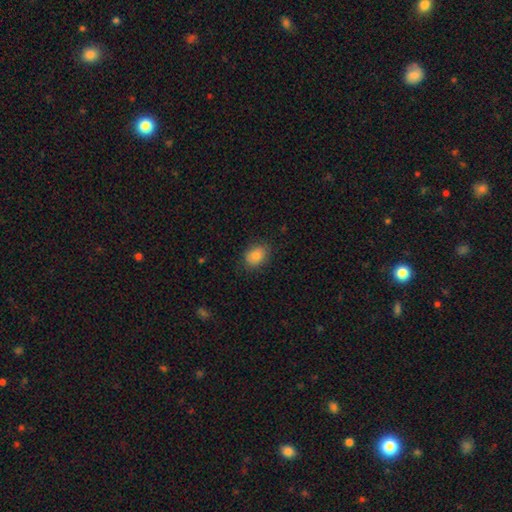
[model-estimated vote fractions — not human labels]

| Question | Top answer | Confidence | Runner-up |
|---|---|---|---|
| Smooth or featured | smooth | 85% | star or artifact (9%) |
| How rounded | in between | 66% | round (32%) |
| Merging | none | 84% | minor disturbance (12%) |